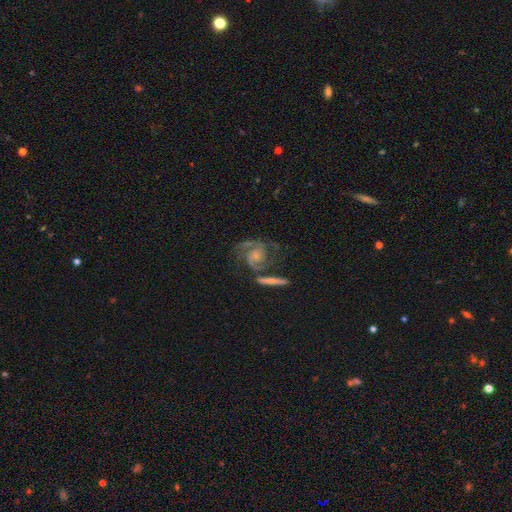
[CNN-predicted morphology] This is clearly a featured or disk galaxy (85%). It is clearly not viewed edge-on (96%). Bar: likely no (67%). Spiral arm pattern: clearly yes (96%). Spiral arm count: likely 2 (75%). Spiral winding: possibly medium (51%). Central bulge: possibly small (54%). Merging: possibly none (51%).